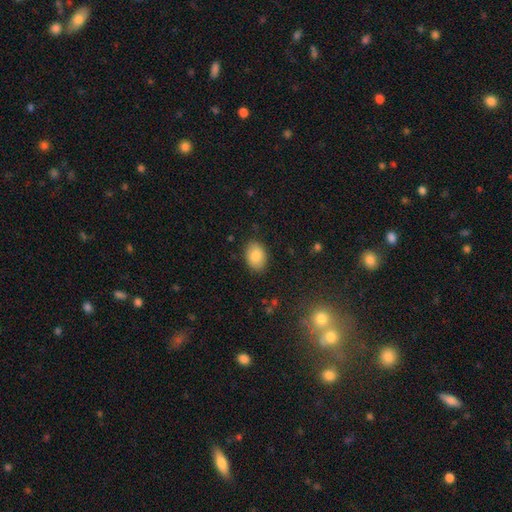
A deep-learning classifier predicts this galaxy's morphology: Overall: smooth (84%). How rounded: in between (80%). Merging: none (86%).